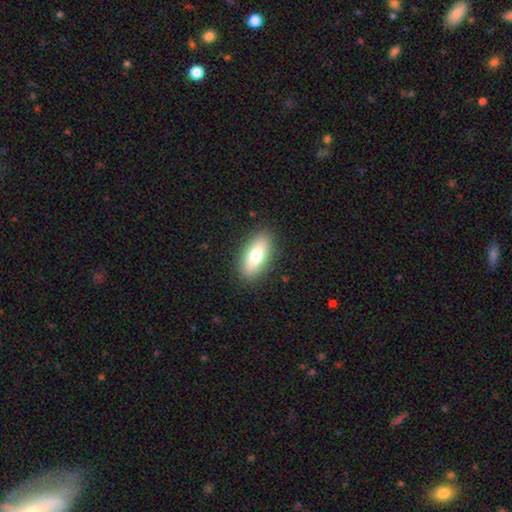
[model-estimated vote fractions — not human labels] Q: Smooth or featured?
A: smooth (72%); runner-up: featured or disk (21%)
Q: How rounded?
A: in between (78%); runner-up: cigar-shaped (19%)
Q: Merging?
A: none (88%); runner-up: minor disturbance (8%)